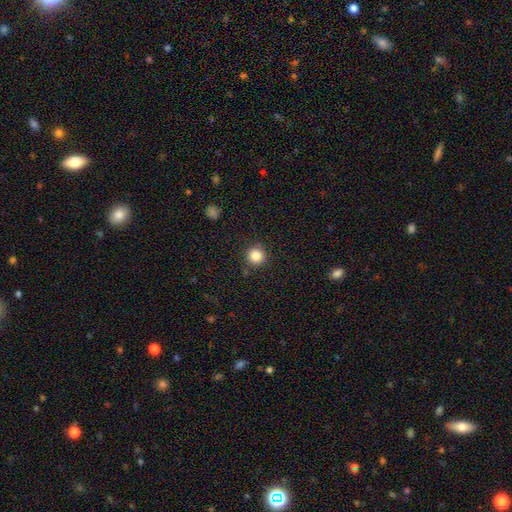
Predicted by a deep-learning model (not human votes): smooth-or-featured: smooth: 84% | star or artifact: 11% | featured or disk: 5%
  how-rounded: round: 95% | in between: 4% | cigar-shaped: 1%
  merging: none: 90% | minor disturbance: 7% | major disturbance: 2% | merger: 1%